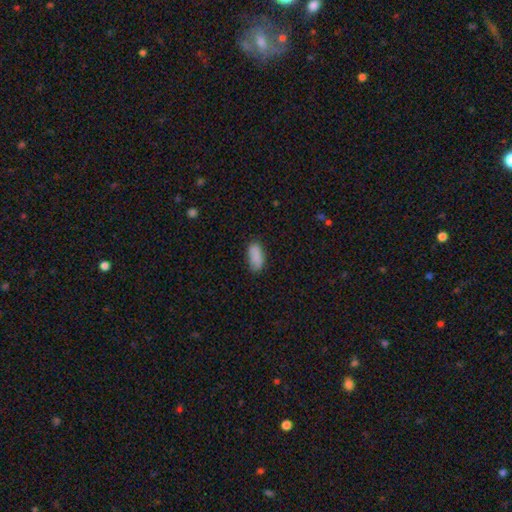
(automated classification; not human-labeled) Smooth or featured?
  - smooth: 87% *
  - star or artifact: 8%
  - featured or disk: 5%
How rounded?
  - in between: 90% *
  - cigar-shaped: 8%
  - round: 3%
Merging?
  - none: 79% *
  - minor disturbance: 16%
  - major disturbance: 3%
  - merger: 1%